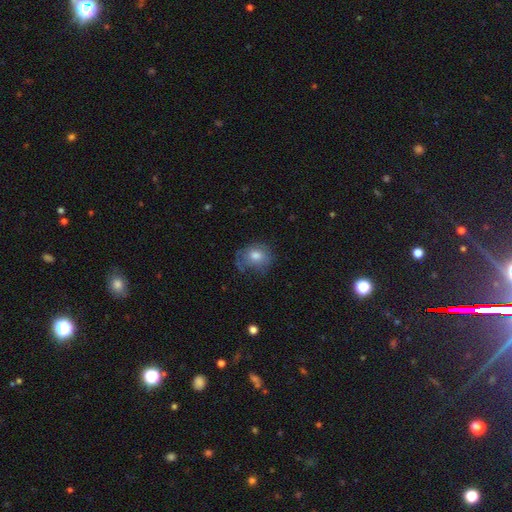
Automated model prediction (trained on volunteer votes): Overall: smooth (67%). How rounded: round (55%; in between 44%). Merging: none (54%; minor disturbance 29%).